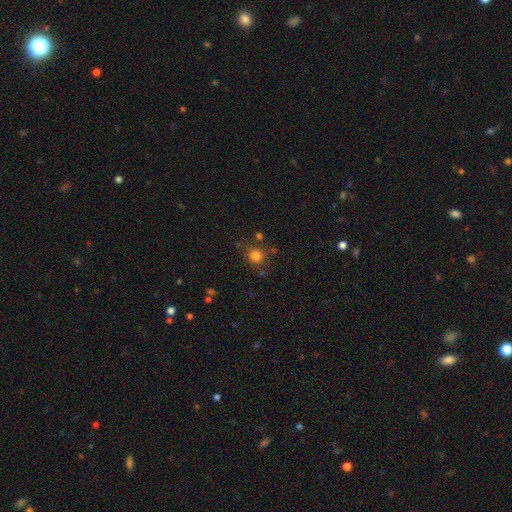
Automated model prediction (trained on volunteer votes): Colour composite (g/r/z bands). It shows a smooth galaxy with no disk features (80%) that is round (88%). Merging: none (77%).